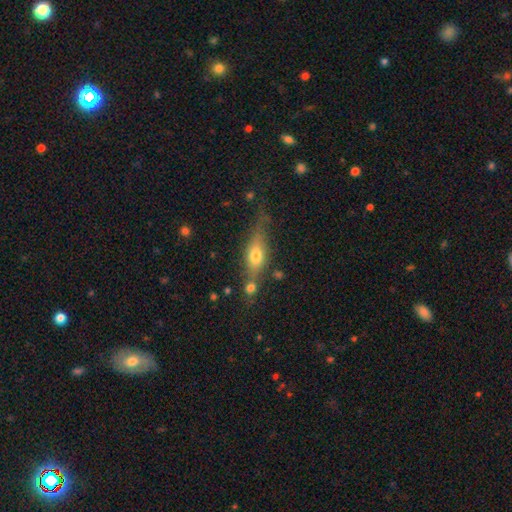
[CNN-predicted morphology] A smooth galaxy with no disk features (46%). Merging: none (58%).